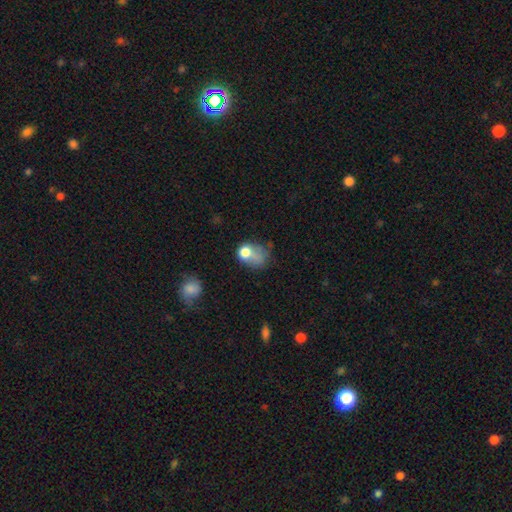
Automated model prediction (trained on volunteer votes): smooth 69%, featured or disk 19%, star or artifact 12%. Down the decision tree: how rounded — in between (53%); merging — major disturbance (42%).